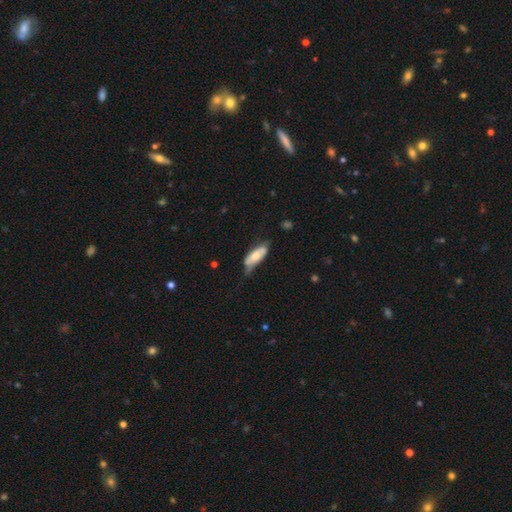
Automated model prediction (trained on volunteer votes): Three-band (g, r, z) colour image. It shows a smooth galaxy with no disk features (63%) that is in between round and cigar-shaped (67%). Merging: none (42%).